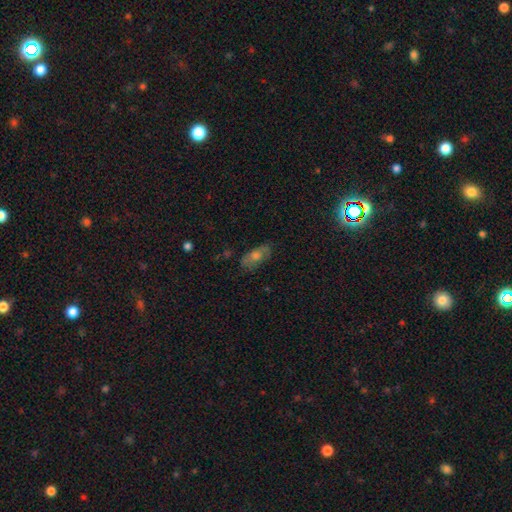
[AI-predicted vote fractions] Smooth or featured: smooth — 45% (featured or disk — 37%)
Merging: none — 78% (minor disturbance — 16%)